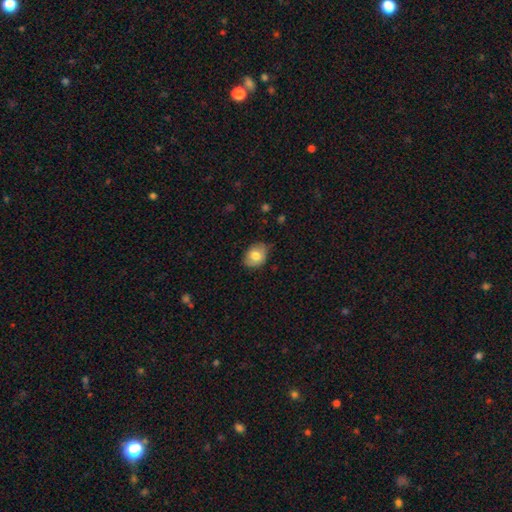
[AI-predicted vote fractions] smooth_or_featured: smooth (p=0.77) [alt: featured or disk p=0.15]
how_rounded: in between (p=0.67) [alt: round p=0.33]
merging: none (p=0.76) [alt: minor disturbance p=0.20]